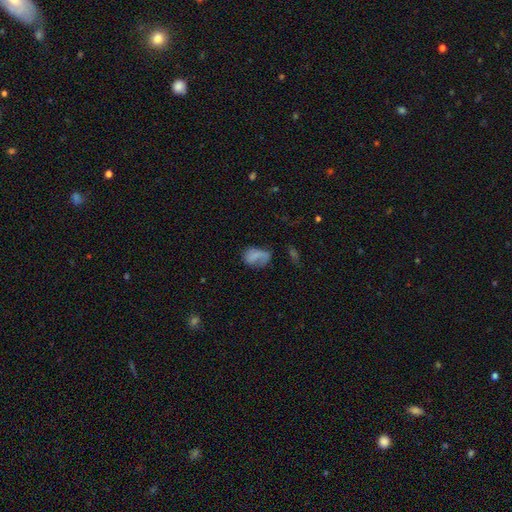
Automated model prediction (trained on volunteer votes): A smooth galaxy with no disk features (63%) that is in between round and cigar-shaped (78%).

Vote fractions:
- Smooth or featured? smooth: 63% / featured or disk: 26% / star or artifact: 11%
- How rounded? in between: 78% / round: 21% / cigar-shaped: 2%
- Merging? none: 38% / major disturbance: 29% / minor disturbance: 28% / merger: 5%